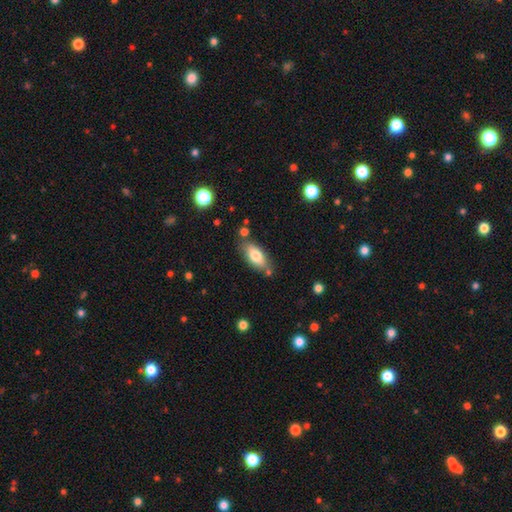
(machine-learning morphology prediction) This is likely a smooth galaxy (73%). How rounded: clearly in between (82%). Merging: likely none (72%).